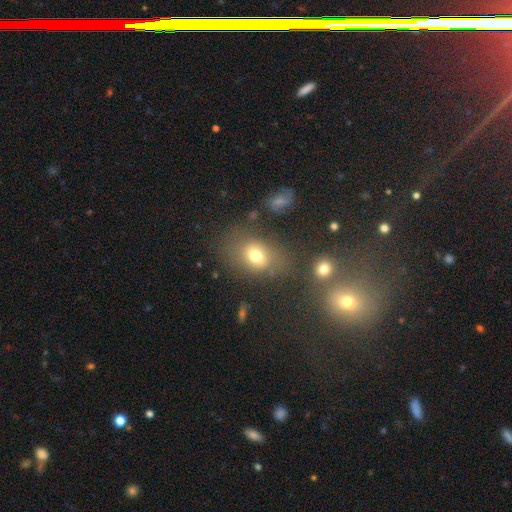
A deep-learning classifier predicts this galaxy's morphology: smooth_or_featured: smooth (p=0.70) [alt: star or artifact p=0.16]
how_rounded: in between (p=0.62) [alt: round p=0.36]
merging: none (p=0.61) [alt: minor disturbance p=0.17]